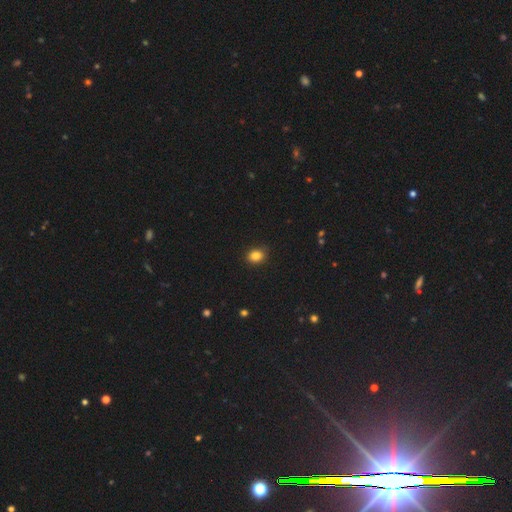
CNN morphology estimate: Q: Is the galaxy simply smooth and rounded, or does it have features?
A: smooth — 85%.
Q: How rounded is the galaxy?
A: round — 51%.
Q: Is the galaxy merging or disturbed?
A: none — 86%.